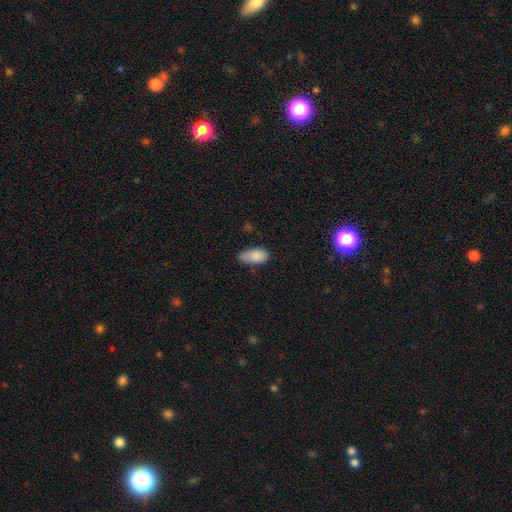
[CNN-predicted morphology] This is clearly a smooth galaxy (86%). How rounded: clearly in between (92%). Merging: possibly none (54%).